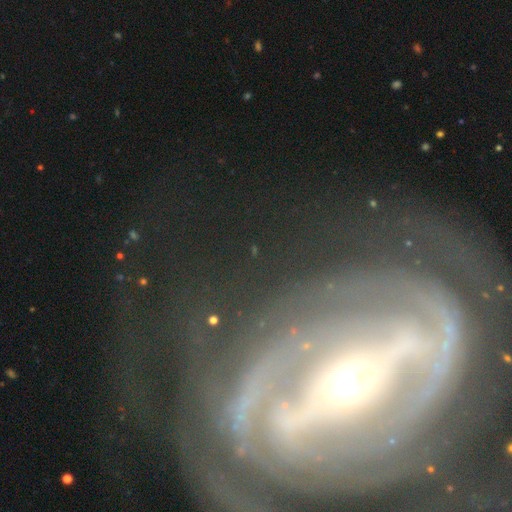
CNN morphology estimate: This is clearly a featured or disk galaxy (87%). It is clearly not viewed edge-on (93%). Bar: likely strong (71%). Spiral arm pattern: clearly yes (88%). Spiral arm count: possibly 2 (51%). Spiral winding: possibly tight (59%). Central bulge: likely small (68%). Merging: likely none (69%).